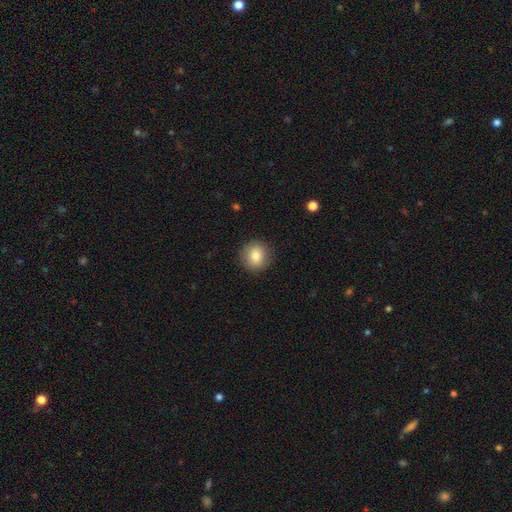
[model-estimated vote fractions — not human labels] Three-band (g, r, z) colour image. It shows a smooth galaxy with no disk features (82%) that is round (90%). Merging: none (90%).